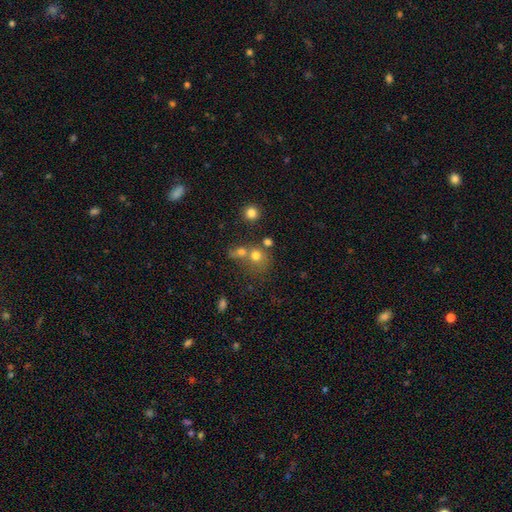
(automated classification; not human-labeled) Smooth or featured? Predicted: smooth (p=0.70). How rounded? Predicted: round (p=0.77). Merging? Predicted: merger (p=0.46).